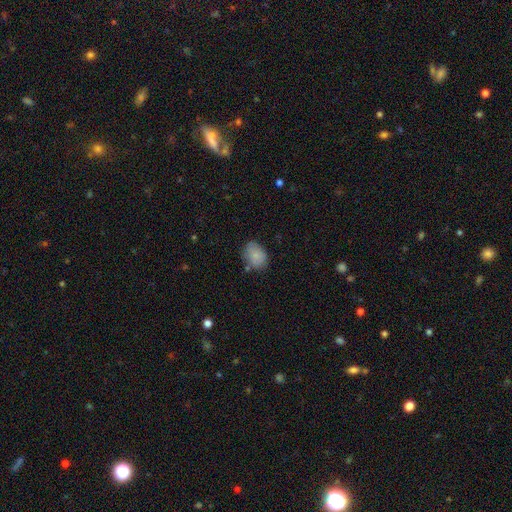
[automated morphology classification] Overall: smooth (85%). How rounded: in between (68%; round 31%). Merging: none (71%).